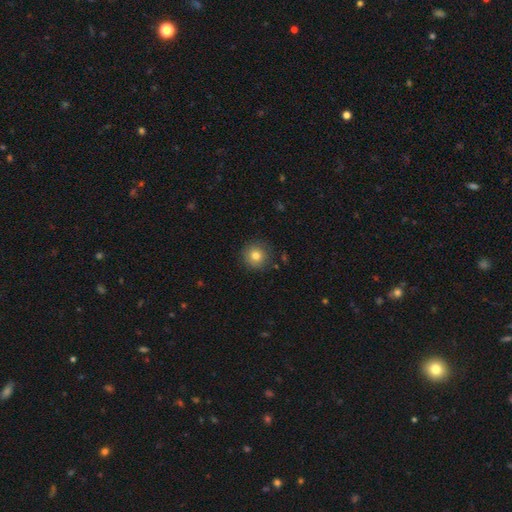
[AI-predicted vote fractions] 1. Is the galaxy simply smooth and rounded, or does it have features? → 79% smooth, 11% star or artifact, 9% featured or disk.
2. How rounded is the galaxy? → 95% round, 4% in between, 1% cigar-shaped.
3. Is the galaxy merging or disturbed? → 88% none, 8% minor disturbance, 2% major disturbance, 1% merger.